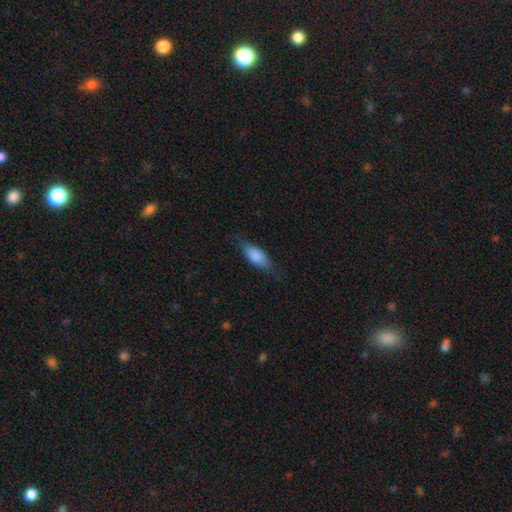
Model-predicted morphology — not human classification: type=smooth (77%); roundness=in between (76%); merging=none (70%).